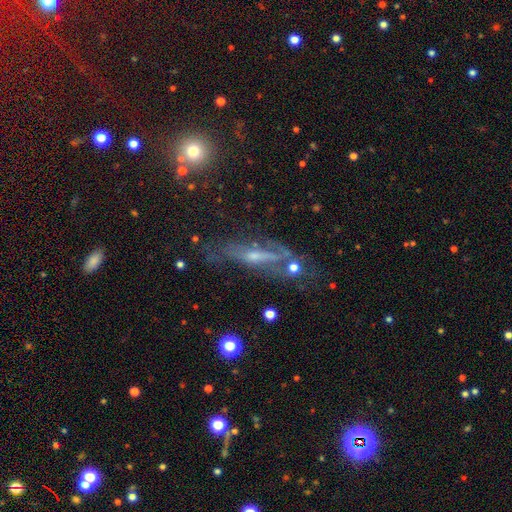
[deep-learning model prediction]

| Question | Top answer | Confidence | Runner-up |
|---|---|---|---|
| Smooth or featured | featured or disk | 66% | smooth (20%) |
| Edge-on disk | yes | 59% | no (41%) |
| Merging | none | 54% | minor disturbance (22%) |